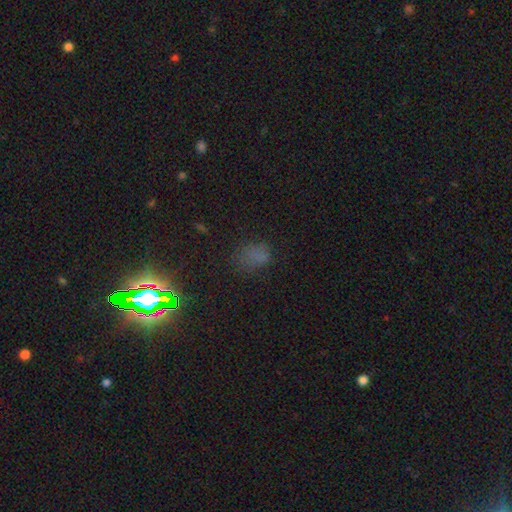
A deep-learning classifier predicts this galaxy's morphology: smooth_or_featured: smooth (p=0.52) [alt: star or artifact p=0.37]
how_rounded: in between (p=0.62) [alt: round p=0.35]
merging: none (p=0.64) [alt: minor disturbance p=0.20]